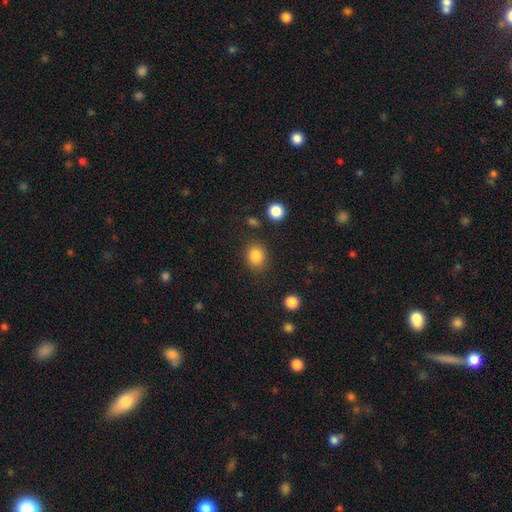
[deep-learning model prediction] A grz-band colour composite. It shows a smooth galaxy with no disk features (85%) that is round (73%). Merging: none (84%).